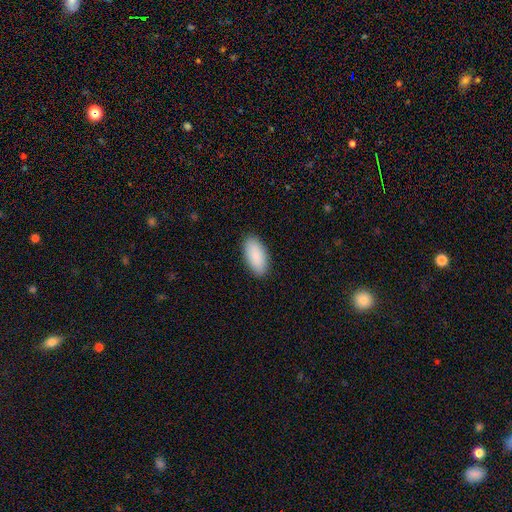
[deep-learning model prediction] The model was most divided on "merging": none: 89%, minor disturbance: 8%, major disturbance: 2%, merger: 1%. More confident: how rounded — in between (91%); smooth or featured — smooth (91%).